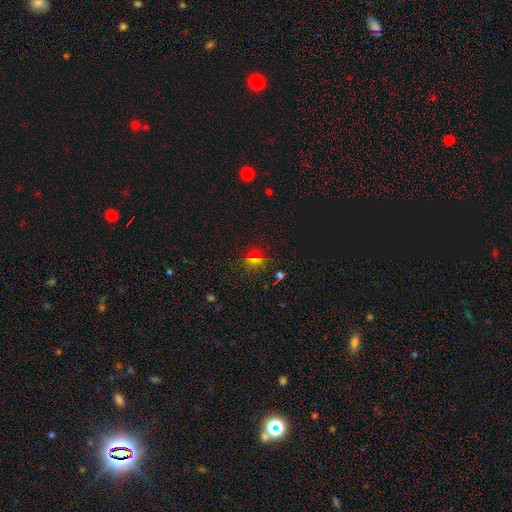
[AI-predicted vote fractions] Smooth or featured? Predicted: smooth (p=0.49). Merging? Predicted: none (p=0.84).